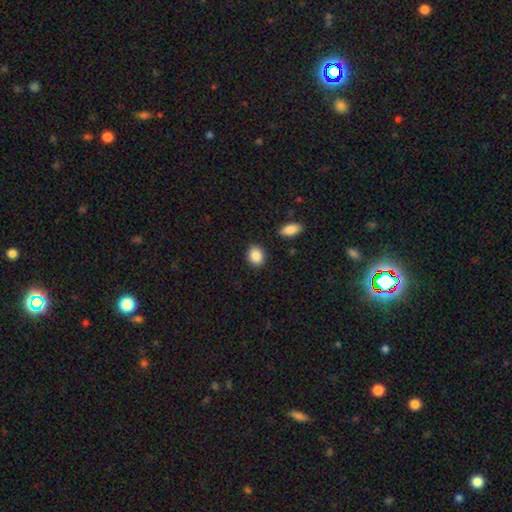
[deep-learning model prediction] smooth 89%, star or artifact 8%, featured or disk 4%. Down the decision tree: how rounded — round (56%); merging — none (87%).